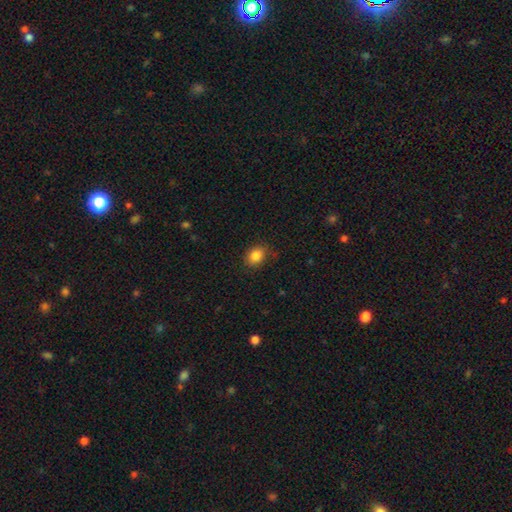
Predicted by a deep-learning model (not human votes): Smooth or featured? Predicted: smooth (p=0.85). How rounded? Predicted: in between (p=0.61). Merging? Predicted: none (p=0.82).